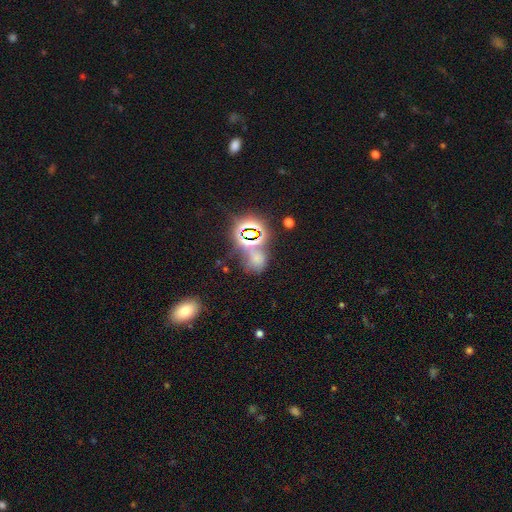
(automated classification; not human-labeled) Smooth or featured? Predicted: star or artifact (p=0.50).